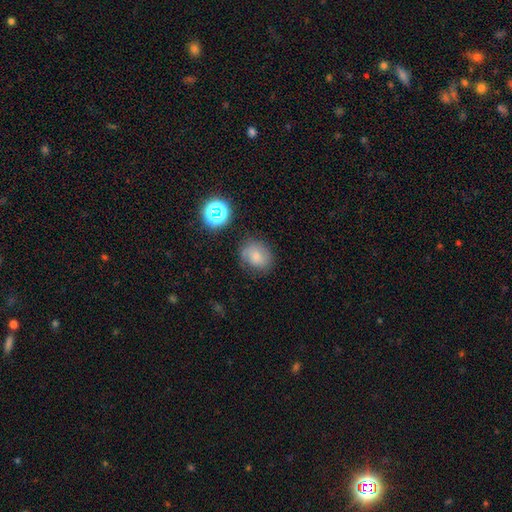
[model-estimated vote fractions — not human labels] The model was most divided on "how rounded": round: 58%, in between: 41%, cigar-shaped: 1%. More confident: merging — none (68%); smooth or featured — smooth (66%).